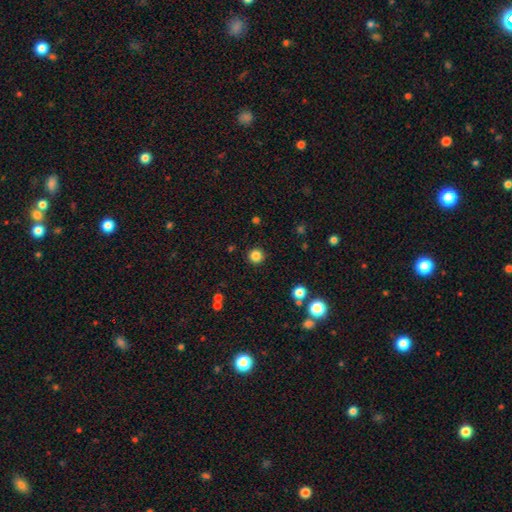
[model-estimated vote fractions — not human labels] Morphology: type=smooth (84%); roundness=round (95%); merging=none (92%).